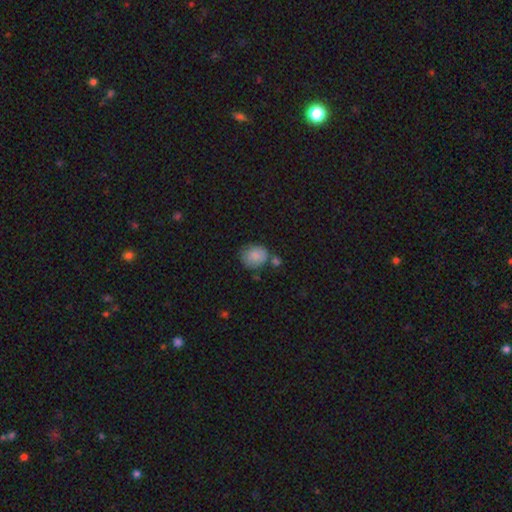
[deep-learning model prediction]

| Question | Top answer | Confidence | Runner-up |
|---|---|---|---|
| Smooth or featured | smooth | 83% | featured or disk (9%) |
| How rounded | round | 69% | in between (30%) |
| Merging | none | 56% | minor disturbance (24%) |